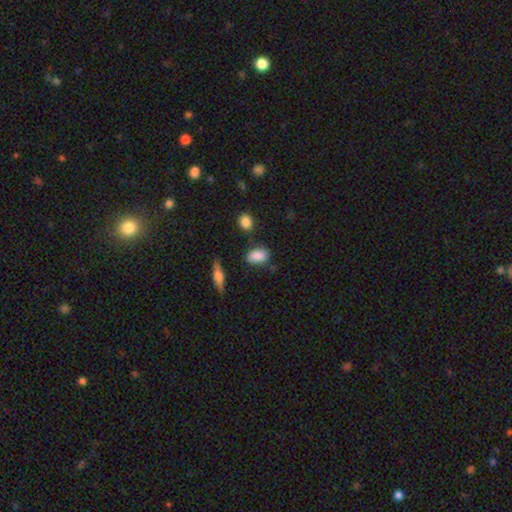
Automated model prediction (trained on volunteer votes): Smooth or featured? smooth (84%)
How rounded? in between (86%)
Merging? none (72%)